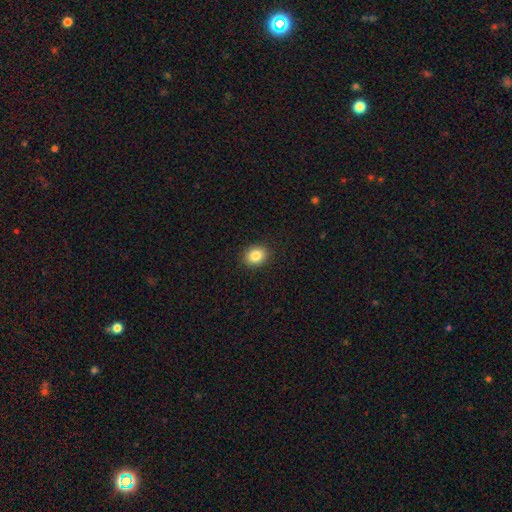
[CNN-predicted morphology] Smooth or featured?
  - smooth: 85% *
  - star or artifact: 9%
  - featured or disk: 6%
How rounded?
  - in between: 52% *
  - round: 47%
  - cigar-shaped: 1%
Merging?
  - none: 90% *
  - minor disturbance: 7%
  - major disturbance: 2%
  - merger: 1%